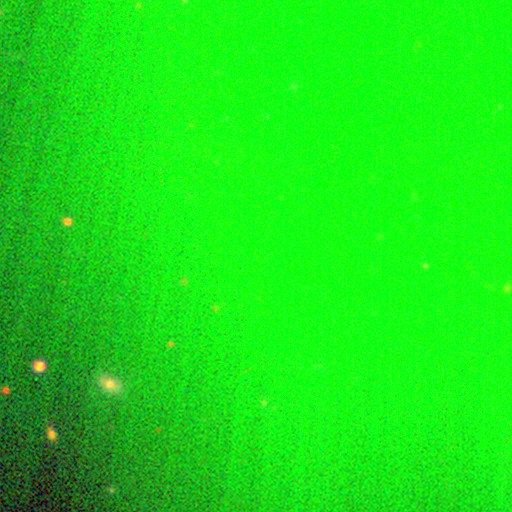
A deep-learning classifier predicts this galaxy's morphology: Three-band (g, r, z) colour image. It shows a star or artifact, not a galaxy (77%).